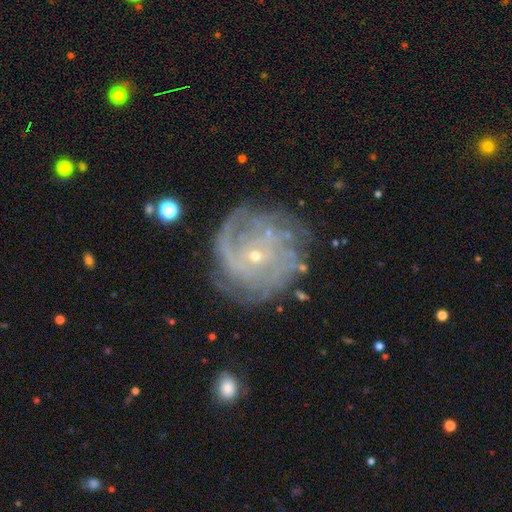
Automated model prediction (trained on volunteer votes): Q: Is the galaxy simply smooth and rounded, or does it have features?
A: featured or disk — 82%.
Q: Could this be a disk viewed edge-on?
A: no — 97%.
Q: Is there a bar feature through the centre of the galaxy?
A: no — 73%.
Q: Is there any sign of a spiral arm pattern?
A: yes — 91%.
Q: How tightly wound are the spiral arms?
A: tight — 62%.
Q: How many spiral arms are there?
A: can't tell — 39%.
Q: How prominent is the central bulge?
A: small — 85%.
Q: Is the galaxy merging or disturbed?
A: none — 71%.